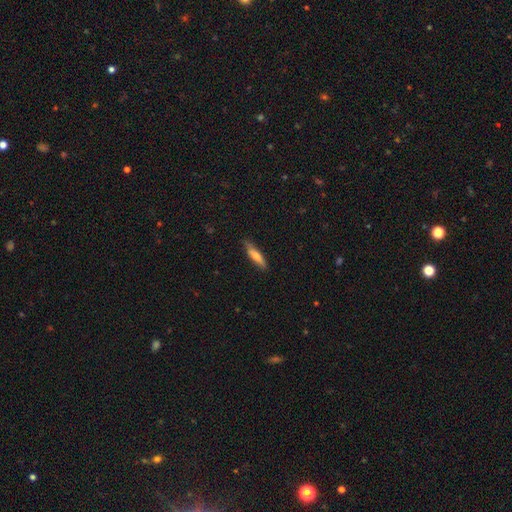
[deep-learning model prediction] Smooth or featured?
  - smooth: 65% *
  - featured or disk: 29%
  - star or artifact: 6%
How rounded?
  - cigar-shaped: 81% *
  - in between: 18%
  - round: 2%
Merging?
  - none: 83% *
  - minor disturbance: 14%
  - major disturbance: 2%
  - merger: 1%